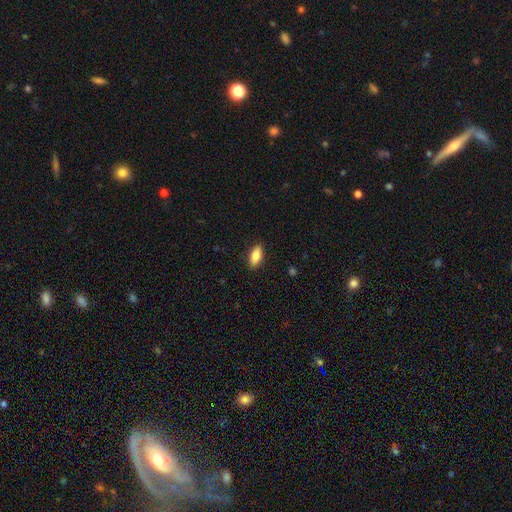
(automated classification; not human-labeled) Smooth or featured: smooth — 81% (featured or disk — 12%)
How rounded: in between — 80% (cigar-shaped — 17%)
Merging: none — 89% (minor disturbance — 8%)